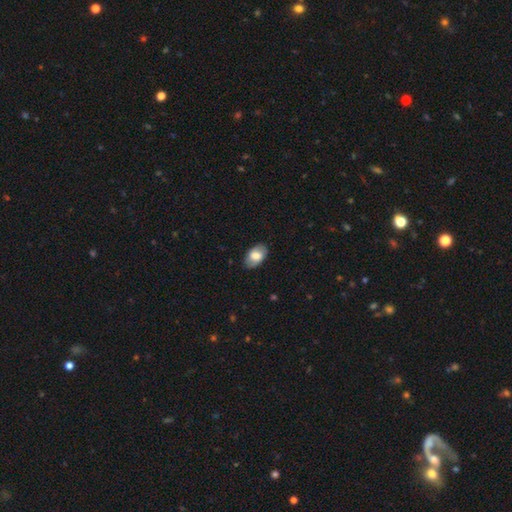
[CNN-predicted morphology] Smooth or featured: smooth — 68% (featured or disk — 26%)
How rounded: in between — 92% (round — 6%)
Merging: none — 84% (minor disturbance — 12%)